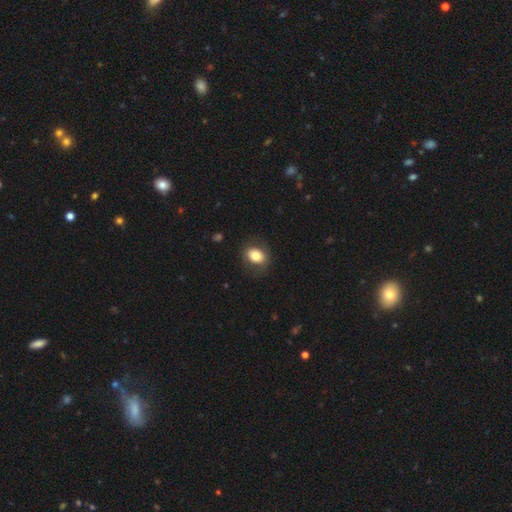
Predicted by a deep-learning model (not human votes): Morphology: type=smooth (80%); roundness=in between (62%); merging=none (82%).